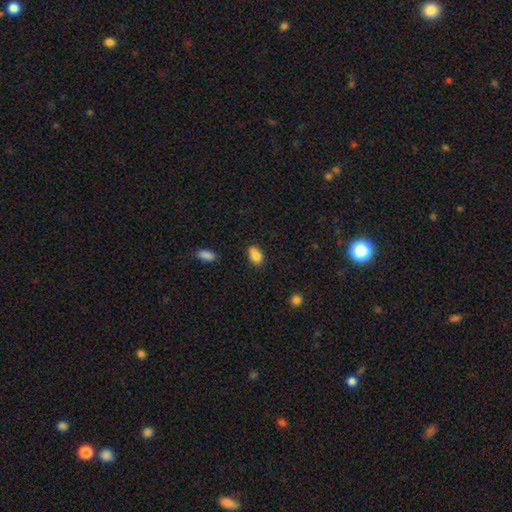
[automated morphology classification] Overall: smooth (81%). How rounded: in between (81%). Merging: none (56%; minor disturbance 21%).